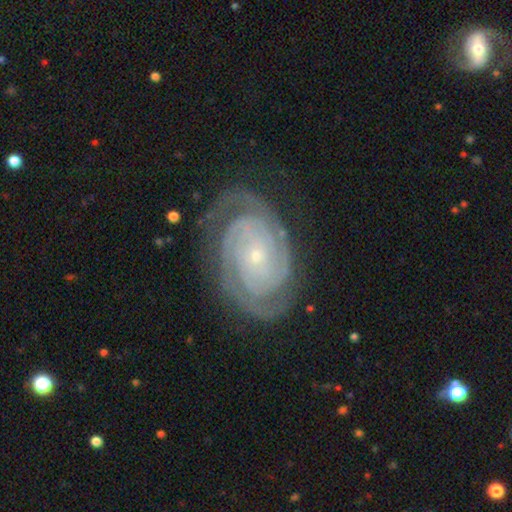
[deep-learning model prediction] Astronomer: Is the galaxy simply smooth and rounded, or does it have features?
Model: featured or disk — 91%.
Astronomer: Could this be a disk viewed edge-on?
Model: no — 97%.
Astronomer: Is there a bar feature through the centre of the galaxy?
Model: no — 79%.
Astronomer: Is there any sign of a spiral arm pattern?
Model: yes — 98%.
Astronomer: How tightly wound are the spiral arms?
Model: tight — 83%.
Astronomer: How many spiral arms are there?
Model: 2 — 46%.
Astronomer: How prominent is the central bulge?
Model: small — 85%.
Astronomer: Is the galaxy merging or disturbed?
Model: none — 78%.